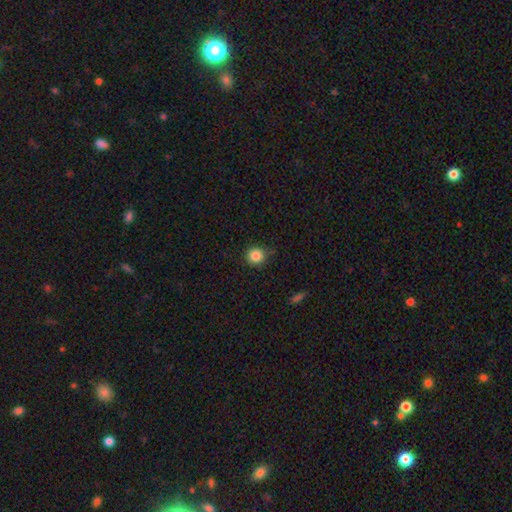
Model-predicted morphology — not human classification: A smooth galaxy with no disk features (85%) that is round (93%).

Vote fractions:
- Smooth or featured? smooth: 85% / star or artifact: 11% / featured or disk: 4%
- How rounded? round: 93% / in between: 6% / cigar-shaped: 1%
- Merging? none: 84% / minor disturbance: 12% / major disturbance: 3% / merger: 2%